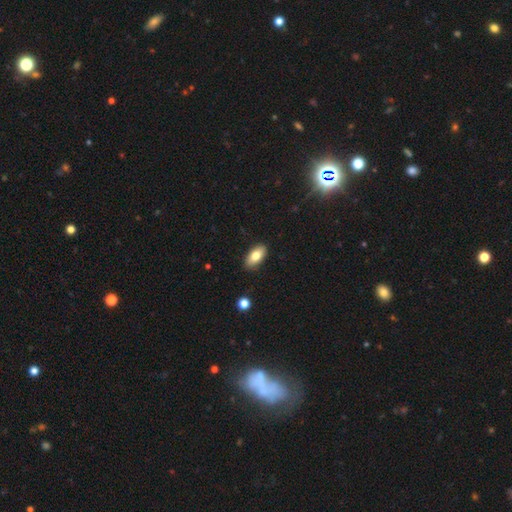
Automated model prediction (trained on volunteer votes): This is likely a smooth galaxy (78%). How rounded: clearly in between (91%). Merging: clearly none (88%).